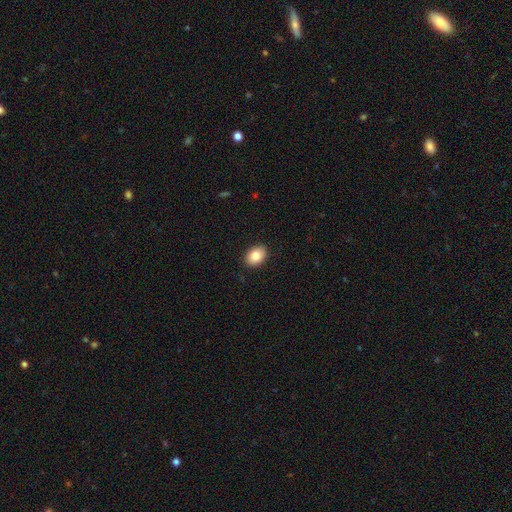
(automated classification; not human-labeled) This is clearly a smooth galaxy (83%). How rounded: likely in between (77%). Merging: clearly none (90%).